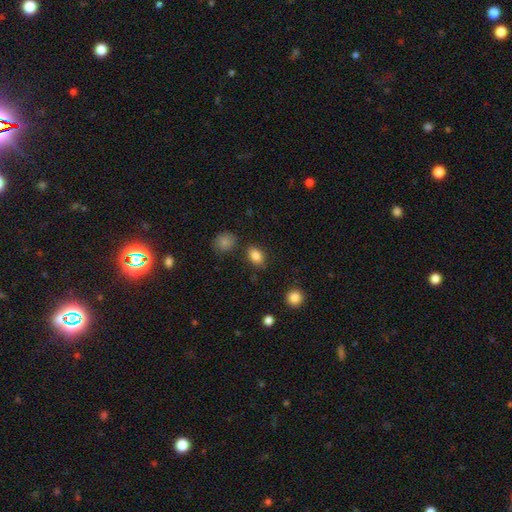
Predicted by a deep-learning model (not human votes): This is clearly a smooth galaxy (85%). How rounded: likely in between (76%). Merging: clearly none (81%).